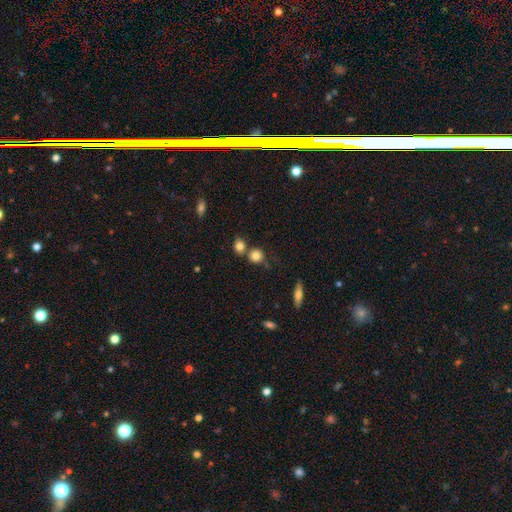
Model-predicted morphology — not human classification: Smooth or featured? smooth (82%)
How rounded? round (84%)
Merging? none (60%)